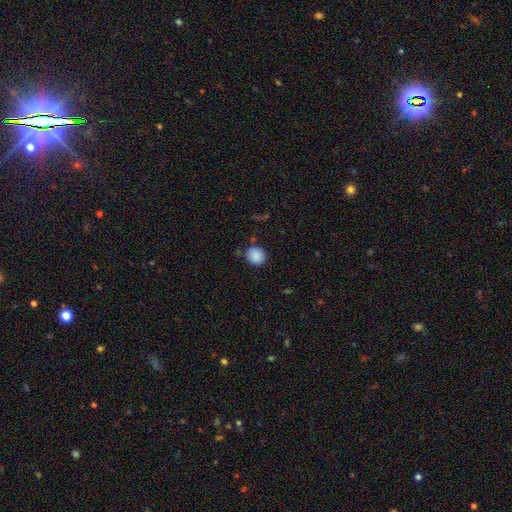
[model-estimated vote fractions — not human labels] smooth 88%, star or artifact 9%, featured or disk 4%. Down the decision tree: how rounded — round (87%); merging — none (80%).